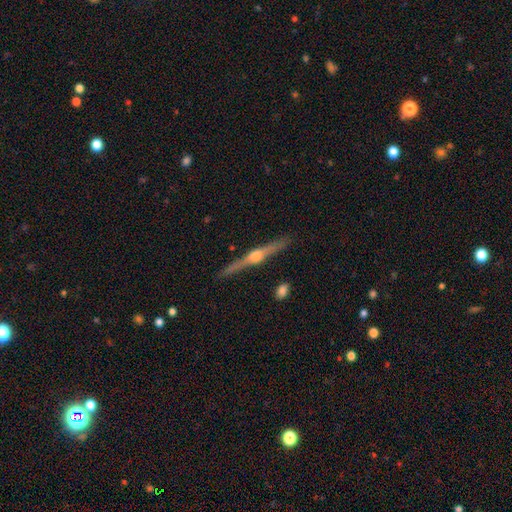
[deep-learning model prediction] smooth-or-featured: featured or disk: 81% | smooth: 14% | star or artifact: 6%
  disk-edge-on: yes: 98% | no: 2%
    edge-on-bulge: rounded: 87% | boxy: 10% | none: 4%
  merging: none: 88% | minor disturbance: 8% | merger: 2% | major disturbance: 2%